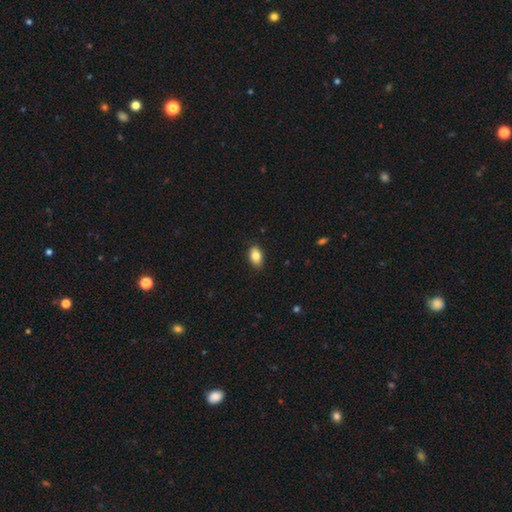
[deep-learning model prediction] A smooth galaxy with no disk features (84%) that is in between round and cigar-shaped (90%).

Vote fractions:
- Smooth or featured? smooth: 84% / featured or disk: 8% / star or artifact: 8%
- How rounded? in between: 90% / round: 8% / cigar-shaped: 3%
- Merging? none: 87% / minor disturbance: 10% / major disturbance: 2% / merger: 1%